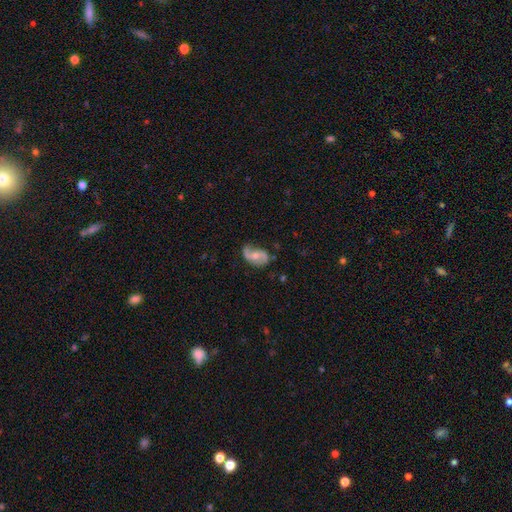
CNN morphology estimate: This is likely a featured or disk galaxy (76%). It is clearly not viewed edge-on (97%). Bar: possibly no (59%). Spiral arm pattern: clearly yes (92%). Spiral arm count: clearly 2 (86%). Spiral winding: possibly loose (52%). Central bulge: likely moderate (60%). Merging: likely none (61%).